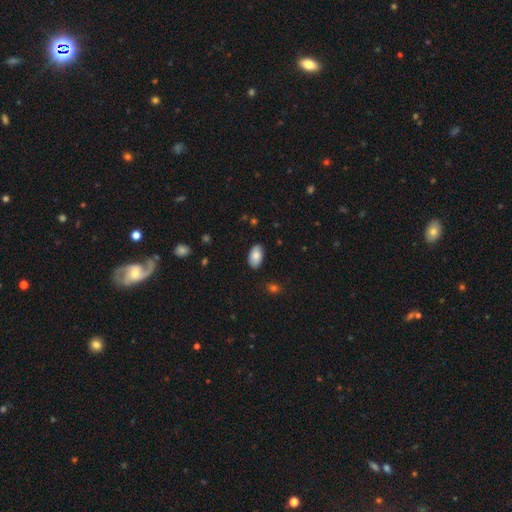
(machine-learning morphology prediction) The model was most divided on "merging": none: 84%, minor disturbance: 13%, major disturbance: 2%, merger: 1%. More confident: how rounded — in between (94%); smooth or featured — smooth (84%).